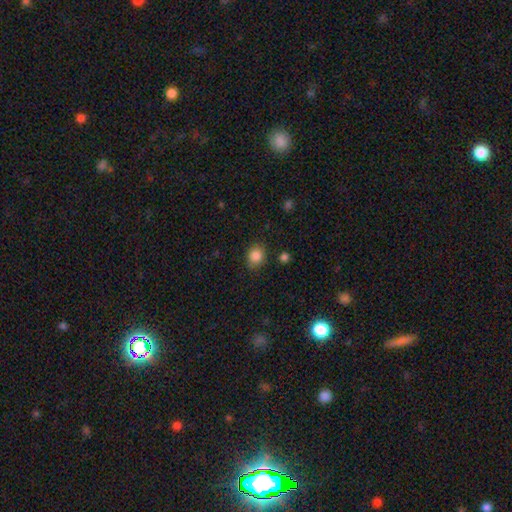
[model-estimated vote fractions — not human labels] Overall: smooth (86%). How rounded: round (62%; in between 37%). Merging: none (83%).